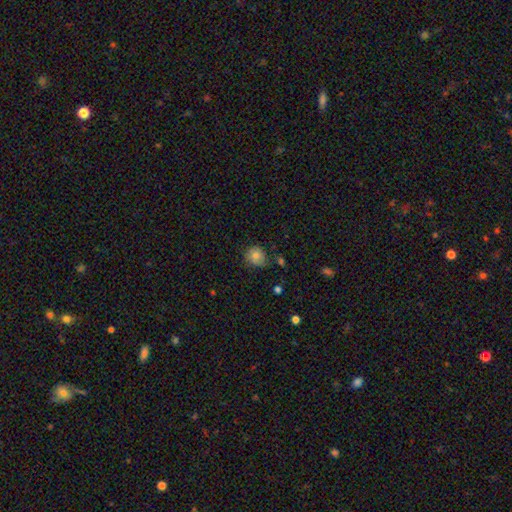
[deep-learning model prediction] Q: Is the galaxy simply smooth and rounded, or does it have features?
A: smooth — 77%.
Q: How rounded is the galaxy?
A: round — 81%.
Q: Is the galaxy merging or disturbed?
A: none — 62%.